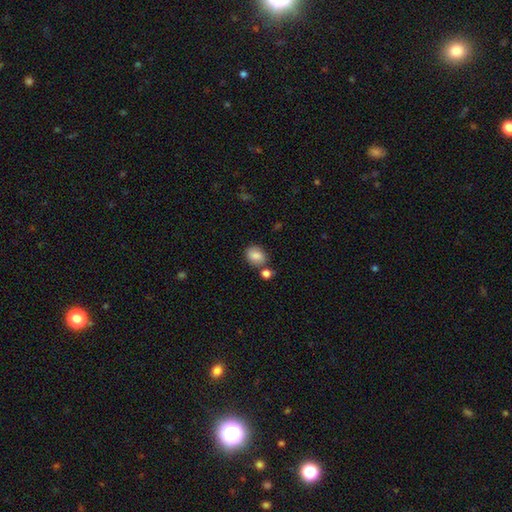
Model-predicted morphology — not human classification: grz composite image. It shows a smooth galaxy with no disk features (85%) that is in between round and cigar-shaped (54%). Merging: none (69%).